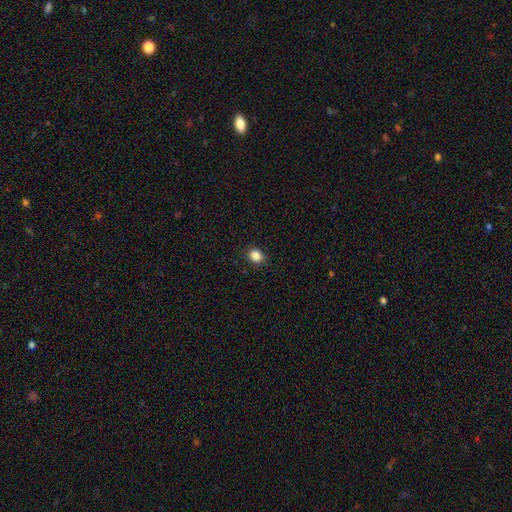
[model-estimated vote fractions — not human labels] This is clearly a smooth galaxy (86%). How rounded: possibly round (57%). Merging: clearly none (90%).